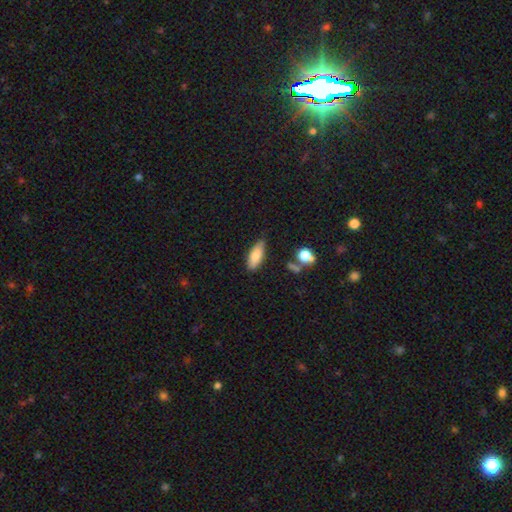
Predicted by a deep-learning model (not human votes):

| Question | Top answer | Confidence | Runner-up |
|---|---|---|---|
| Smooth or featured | smooth | 81% | featured or disk (11%) |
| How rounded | in between | 72% | cigar-shaped (25%) |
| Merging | none | 73% | minor disturbance (21%) |